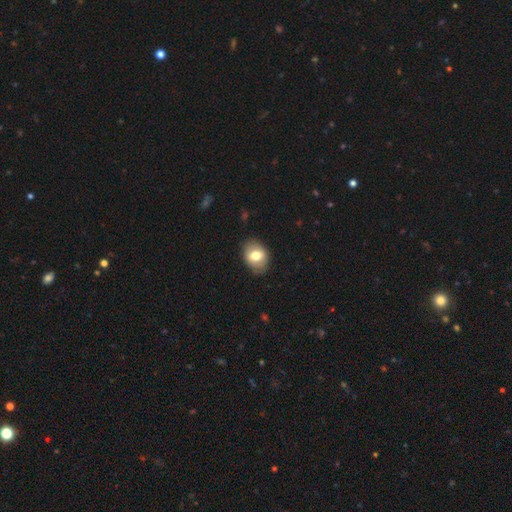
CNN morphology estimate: This appears to be a smooth galaxy with no disk features (69%) that is in between round and cigar-shaped (62%). Merging: none (82%).